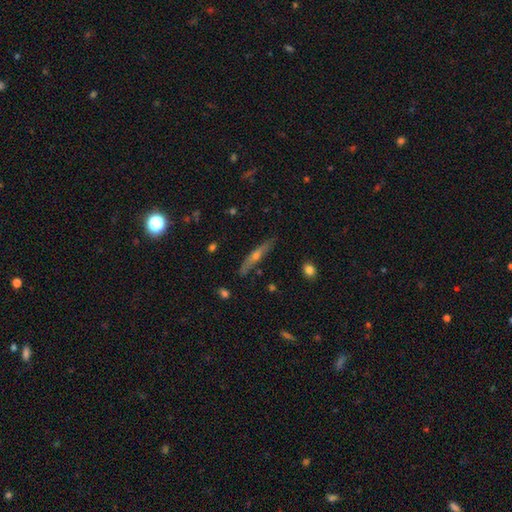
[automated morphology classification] A featured or disk galaxy (59%) viewed edge-on (93%) with a rounded central bulge (82%). Merging: none (84%).